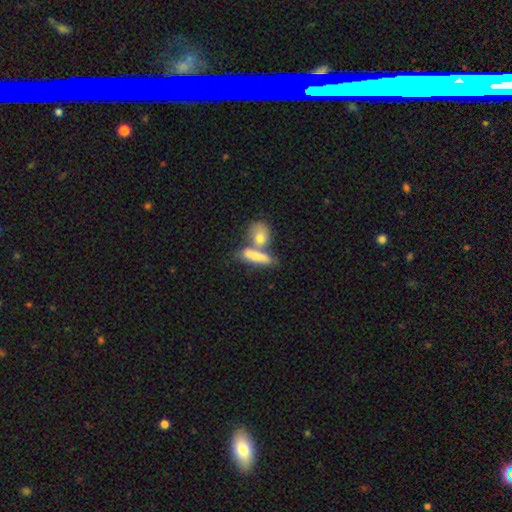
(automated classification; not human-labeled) A smooth galaxy with no disk features (72%) that is in between round and cigar-shaped (48%). Merging: merger (48%).